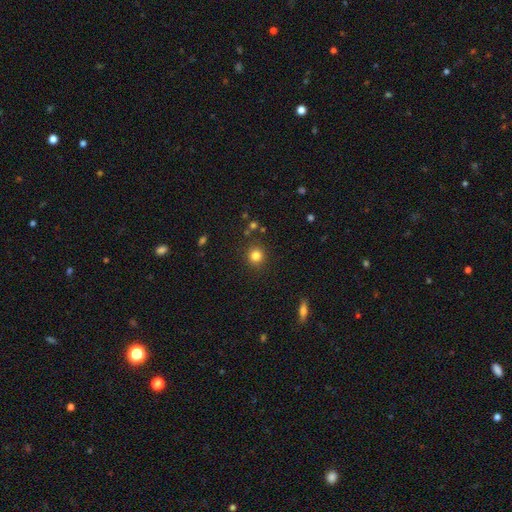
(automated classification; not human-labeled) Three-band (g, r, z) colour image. It shows a smooth galaxy with no disk features (81%) that is round (90%). Merging: none (88%).